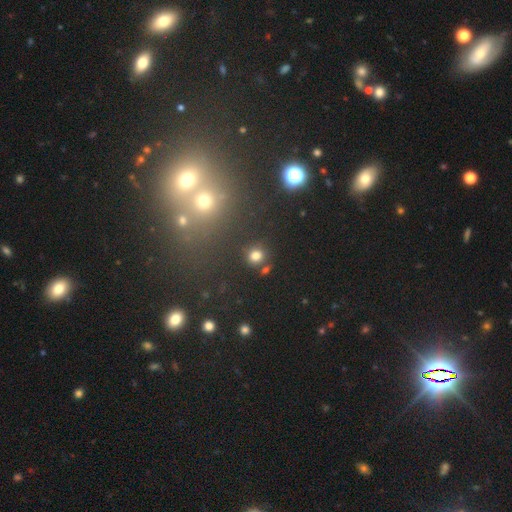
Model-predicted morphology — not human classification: This appears to be a smooth galaxy with no disk features (78%) that is round (87%). Merging: none (85%).